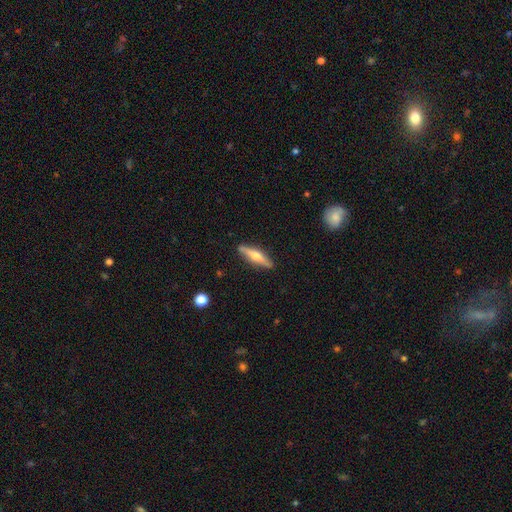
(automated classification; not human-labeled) Morphology: type=featured or disk (58%); edge-on=yes (95%); edge-on bulge=rounded (91%); merging=none (88%).